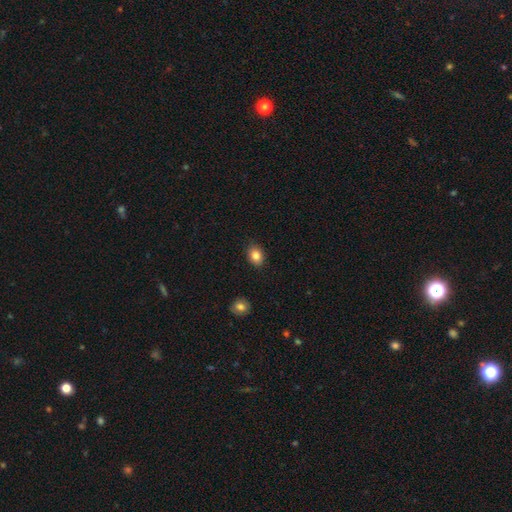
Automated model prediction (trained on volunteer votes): Smooth or featured? smooth (84%)
How rounded? in between (66%)
Merging? none (88%)